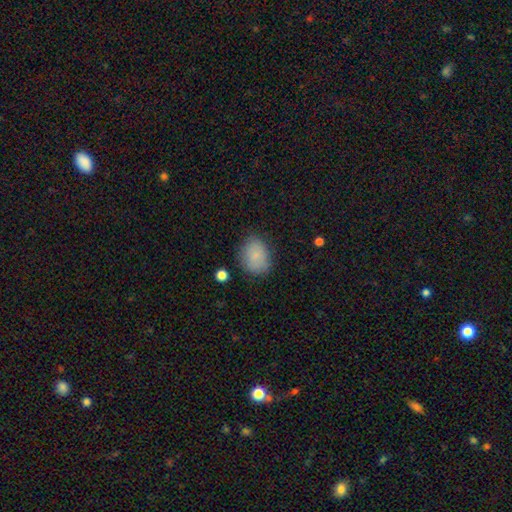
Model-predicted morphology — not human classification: This is clearly a smooth galaxy (82%). How rounded: likely in between (62%). Merging: likely none (78%).